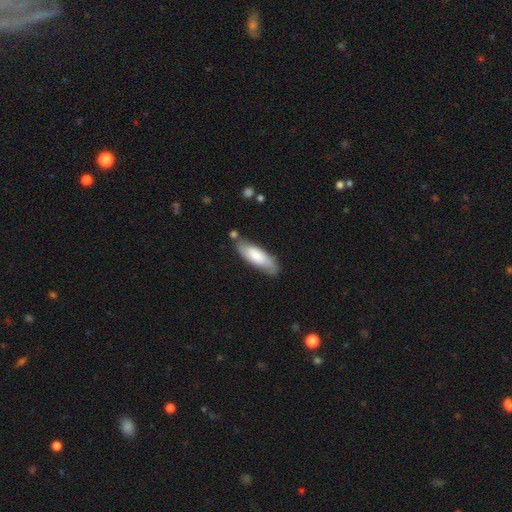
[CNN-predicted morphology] smooth-or-featured: smooth: 67% | featured or disk: 28% | star or artifact: 5%
  how-rounded: in between: 56% | cigar-shaped: 42% | round: 2%
  merging: none: 72% | minor disturbance: 18% | merger: 7% | major disturbance: 4%